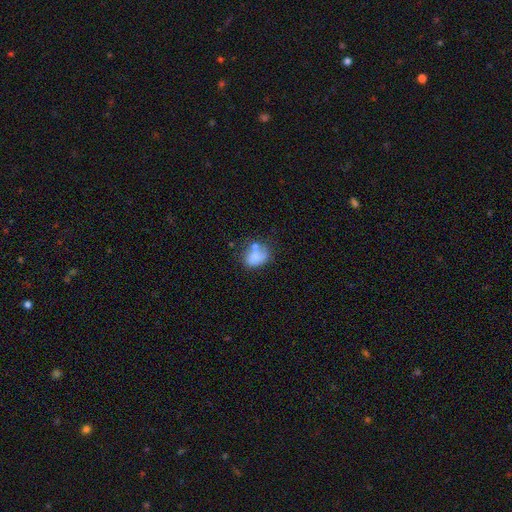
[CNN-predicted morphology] Smooth or featured?
  - smooth: 72% *
  - featured or disk: 19%
  - star or artifact: 9%
How rounded?
  - in between: 61% *
  - round: 37%
  - cigar-shaped: 1%
Merging?
  - none: 38% *
  - merger: 26%
  - minor disturbance: 23%
  - major disturbance: 13%